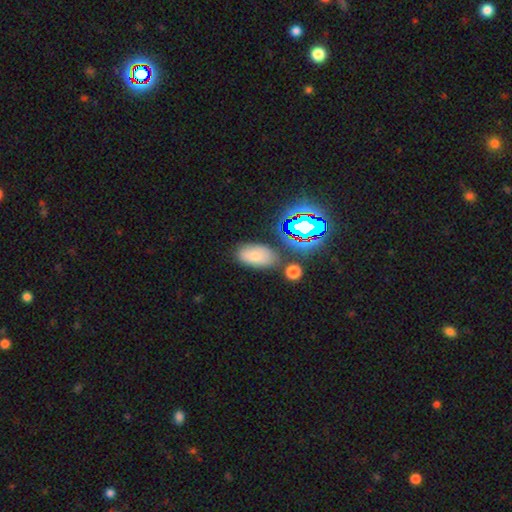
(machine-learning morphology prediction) A smooth galaxy with no disk features (67%) that is in between round and cigar-shaped (93%).

Vote fractions:
- Smooth or featured? smooth: 67% / star or artifact: 19% / featured or disk: 14%
- How rounded? in between: 93% / round: 5% / cigar-shaped: 2%
- Merging? none: 75% / minor disturbance: 15% / merger: 7% / major disturbance: 4%